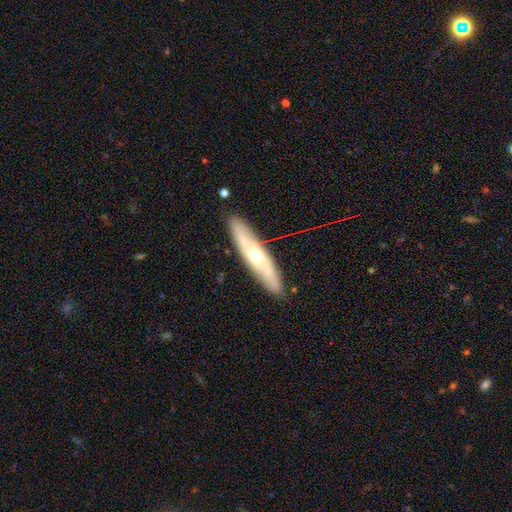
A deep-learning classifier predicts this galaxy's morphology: smooth_or_featured: featured or disk (p=0.57) [alt: smooth p=0.38]
disk_edge_on: yes (p=0.58) [alt: no p=0.42]
merging: none (p=0.87) [alt: minor disturbance p=0.10]